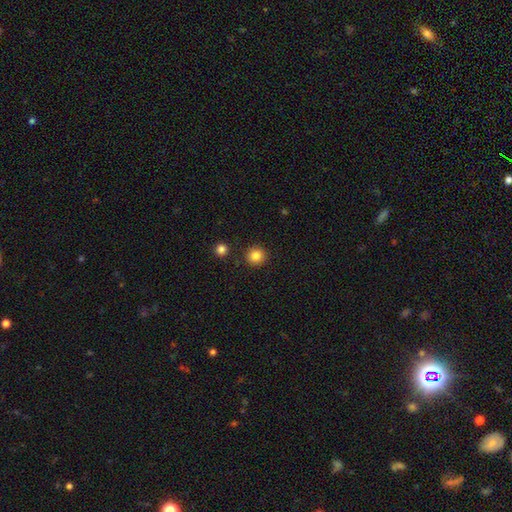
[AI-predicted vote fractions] Overall: smooth (84%). How rounded: round (93%). Merging: none (90%).